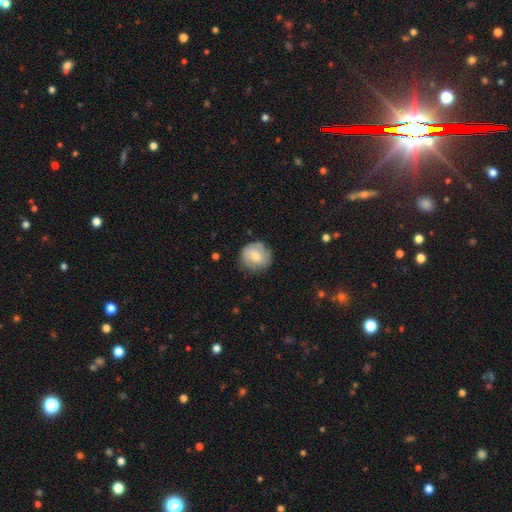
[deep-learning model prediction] A smooth galaxy with no disk features (54%) that is round (88%). Merging: none (73%).